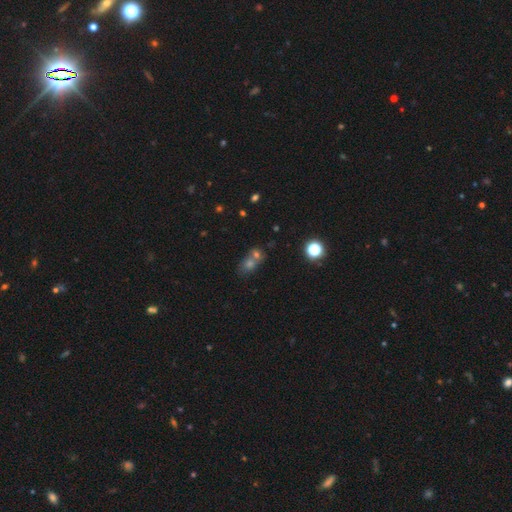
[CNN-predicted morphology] The model was most divided on "merging": merger: 51%, none: 38%, minor disturbance: 7%, major disturbance: 4%. More confident: how rounded — round (60%); smooth or featured — smooth (57%).